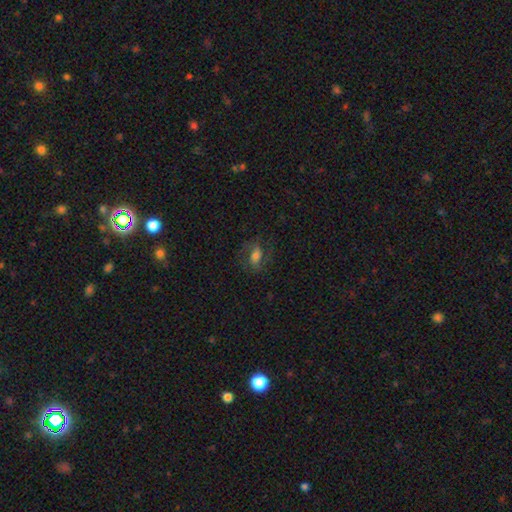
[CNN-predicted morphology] The model was most divided on "smooth or featured": smooth: 44%, featured or disk: 43%, star or artifact: 13%. More confident: merging — none (67%).